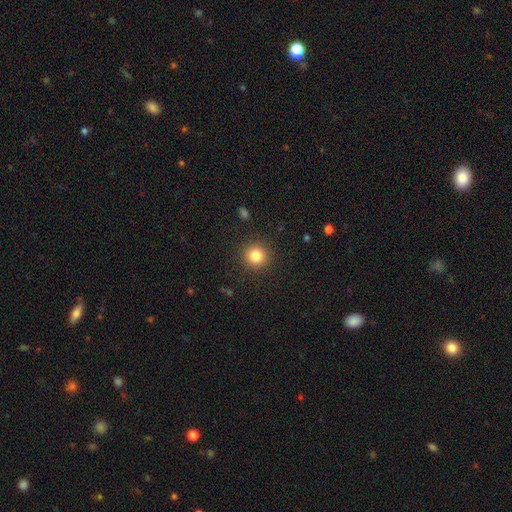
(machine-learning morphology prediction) smooth_or_featured: smooth (p=0.83) [alt: star or artifact p=0.11]
how_rounded: round (p=0.93) [alt: in between p=0.06]
merging: none (p=0.91) [alt: minor disturbance p=0.06]